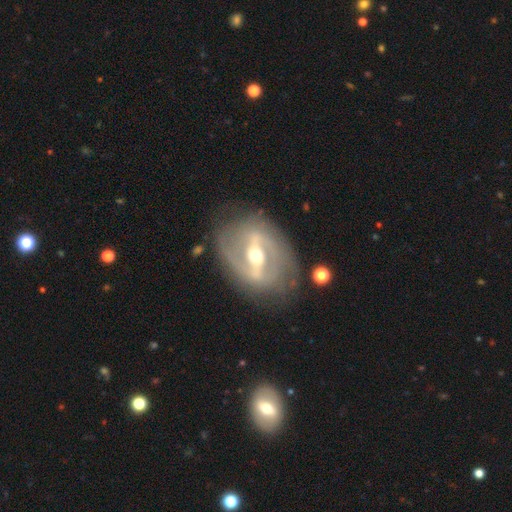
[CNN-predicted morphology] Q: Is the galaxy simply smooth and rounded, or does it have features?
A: featured or disk — 85%.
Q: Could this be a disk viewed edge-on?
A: no — 93%.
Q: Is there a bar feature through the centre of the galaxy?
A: strong — 64%.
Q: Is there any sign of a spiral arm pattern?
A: yes — 77%.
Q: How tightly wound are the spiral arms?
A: medium — 41%.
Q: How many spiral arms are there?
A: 2 — 77%.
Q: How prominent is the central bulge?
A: moderate — 70%.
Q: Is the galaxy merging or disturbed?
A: none — 74%.